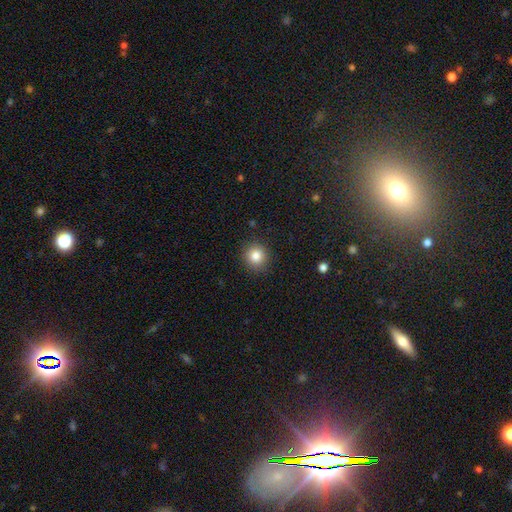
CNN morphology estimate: smooth 83%, star or artifact 11%, featured or disk 6%. Down the decision tree: how rounded — round (92%); merging — none (90%).